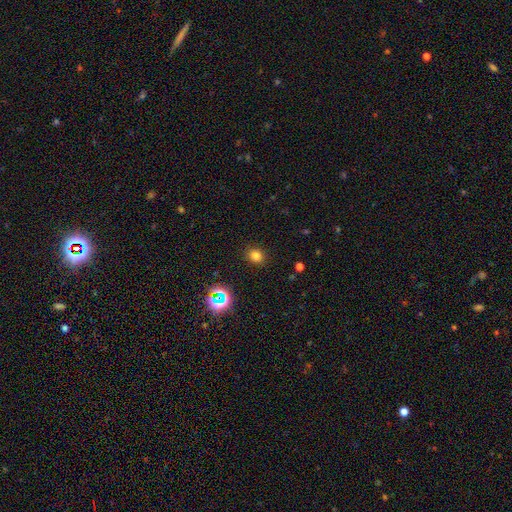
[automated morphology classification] Smooth or featured? Predicted: smooth (p=0.75). How rounded? Predicted: round (p=0.67). Merging? Predicted: none (p=0.89).